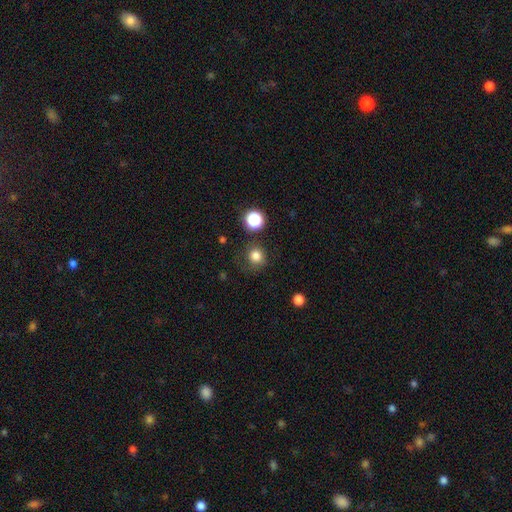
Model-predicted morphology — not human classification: This appears to be a smooth galaxy with no disk features (81%) that is round (89%). Merging: none (77%).